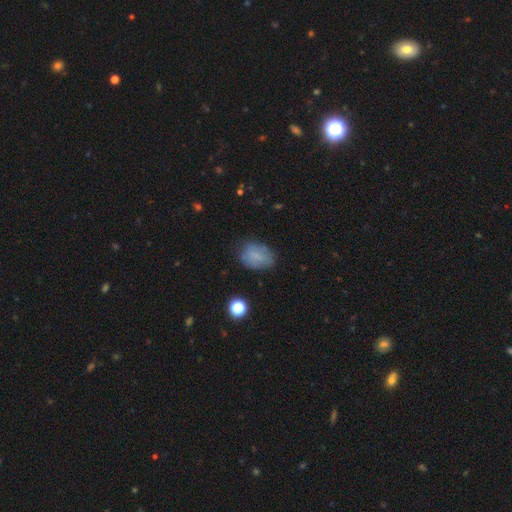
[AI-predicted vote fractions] Smooth or featured? Predicted: smooth (p=0.77). How rounded? Predicted: in between (p=0.74). Merging? Predicted: none (p=0.71).